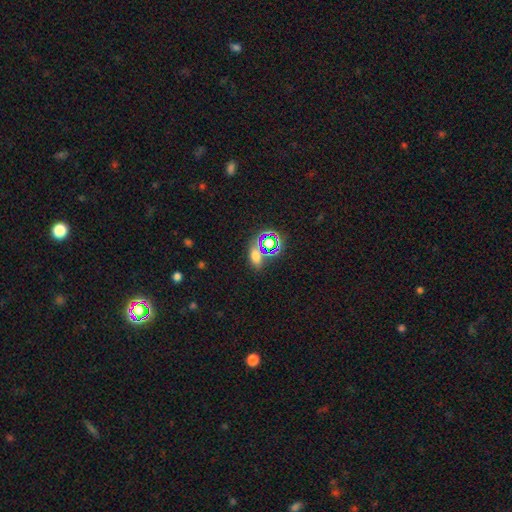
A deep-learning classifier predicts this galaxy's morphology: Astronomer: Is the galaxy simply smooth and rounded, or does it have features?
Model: smooth — 55% (runner-up: star or artifact, 34%).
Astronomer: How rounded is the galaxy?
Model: in between — 71%.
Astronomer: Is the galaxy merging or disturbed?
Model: none — 67%.